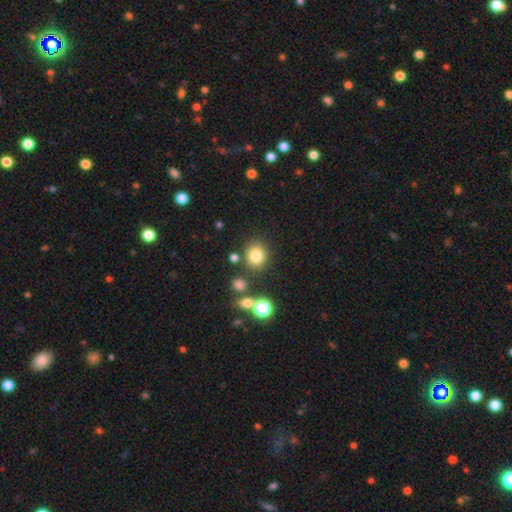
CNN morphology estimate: Smooth or featured: smooth — 79% (star or artifact — 14%)
How rounded: round — 81% (in between — 18%)
Merging: none — 79% (minor disturbance — 9%)